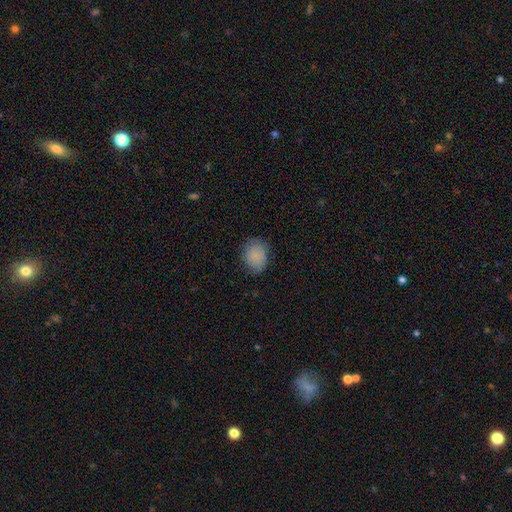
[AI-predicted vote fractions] Smooth or featured? Predicted: smooth (p=0.84). How rounded? Predicted: in between (p=0.56). Merging? Predicted: none (p=0.70).